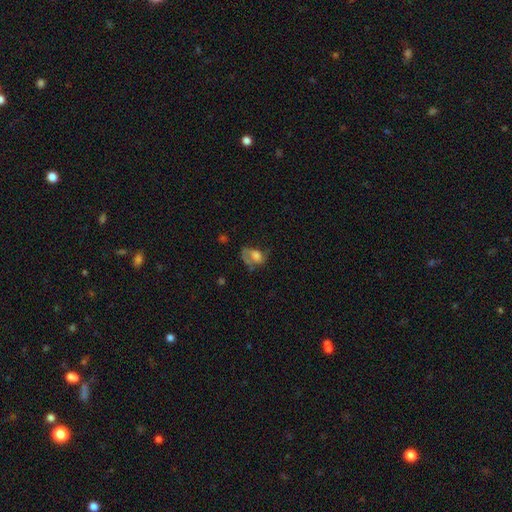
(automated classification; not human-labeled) smooth_or_featured: smooth (p=0.56) [alt: featured or disk p=0.34]
how_rounded: in between (p=0.80) [alt: round p=0.19]
merging: major disturbance (p=0.41) [alt: none p=0.28]